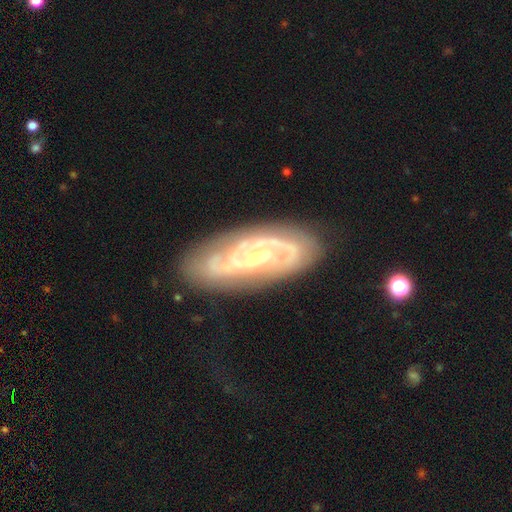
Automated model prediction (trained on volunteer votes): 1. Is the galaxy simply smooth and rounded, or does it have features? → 88% featured or disk, 7% smooth, 5% star or artifact.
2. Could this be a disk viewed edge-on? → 94% no, 6% yes.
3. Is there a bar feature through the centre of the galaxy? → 60% no, 31% weak, 9% strong.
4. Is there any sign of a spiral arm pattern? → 97% yes, 3% no.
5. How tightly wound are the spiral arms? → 55% tight, 37% medium, 7% loose.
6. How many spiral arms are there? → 57% 2, 17% 3, 16% can't tell, 4% 4, 4% 1, 3% more than 4.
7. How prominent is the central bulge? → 64% small, 32% moderate, 2% large, 2% none, 1% dominant.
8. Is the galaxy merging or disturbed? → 79% none, 15% minor disturbance, 5% major disturbance, 2% merger.